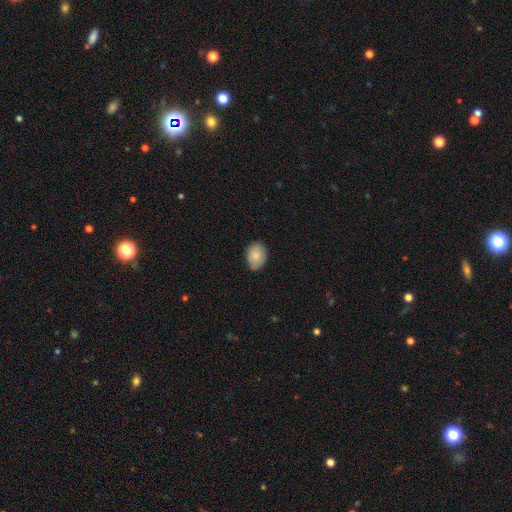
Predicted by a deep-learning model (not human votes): A smooth galaxy with no disk features (86%) that is in between round and cigar-shaped (66%). Merging: none (81%).